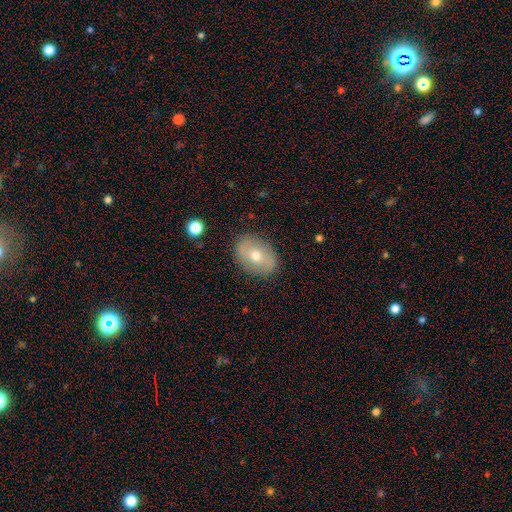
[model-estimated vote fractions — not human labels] The model was most divided on "smooth or featured": smooth: 59%, featured or disk: 34%, star or artifact: 8%. More confident: merging — none (85%); how rounded — in between (74%).